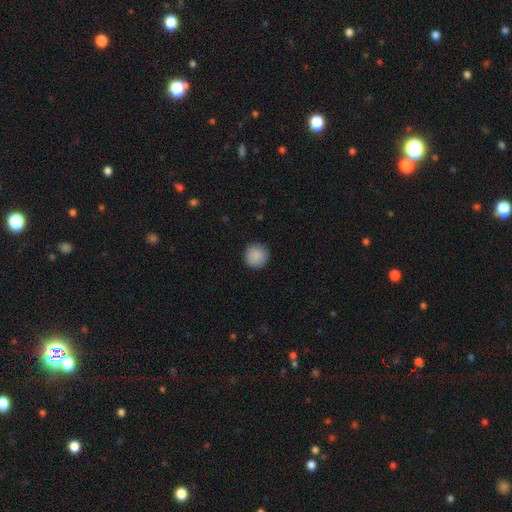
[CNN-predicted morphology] A smooth galaxy with no disk features (89%) that is round (95%).

Vote fractions:
- Smooth or featured? smooth: 89% / star or artifact: 7% / featured or disk: 3%
- How rounded? round: 95% / in between: 4% / cigar-shaped: 1%
- Merging? none: 90% / minor disturbance: 7% / major disturbance: 2% / merger: 1%